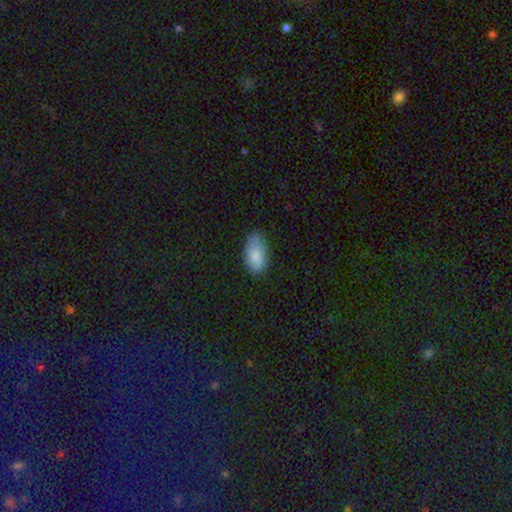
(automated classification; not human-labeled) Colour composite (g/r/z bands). It shows a smooth galaxy with no disk features (86%) that is in between round and cigar-shaped (94%). Merging: none (72%).